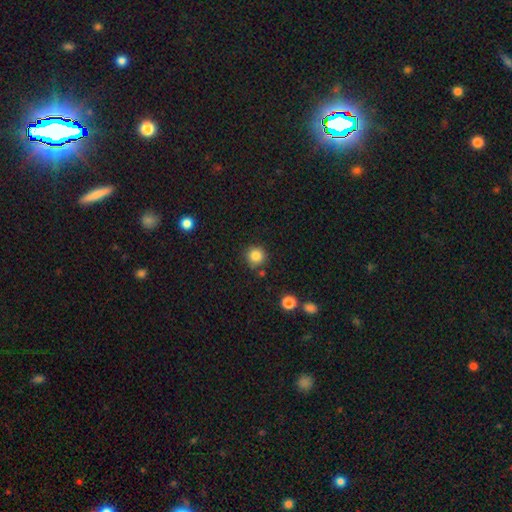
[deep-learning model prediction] smooth-or-featured: smooth: 84% | star or artifact: 11% | featured or disk: 5%
  how-rounded: round: 94% | in between: 5% | cigar-shaped: 1%
  merging: none: 85% | minor disturbance: 8% | merger: 4% | major disturbance: 2%